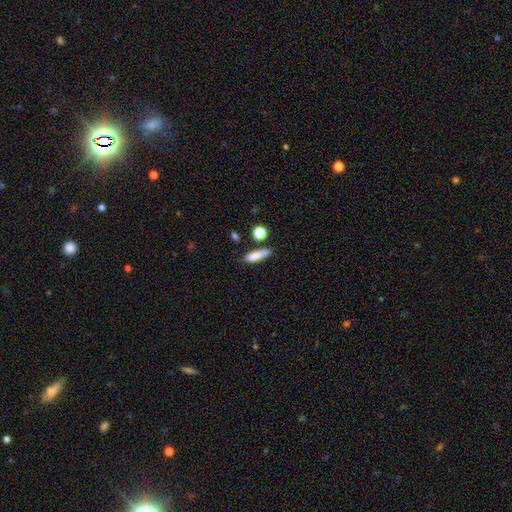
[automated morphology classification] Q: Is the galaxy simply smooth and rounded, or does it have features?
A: smooth — 82%.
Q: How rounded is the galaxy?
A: cigar-shaped — 57%.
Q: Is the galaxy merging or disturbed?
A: none — 66%.